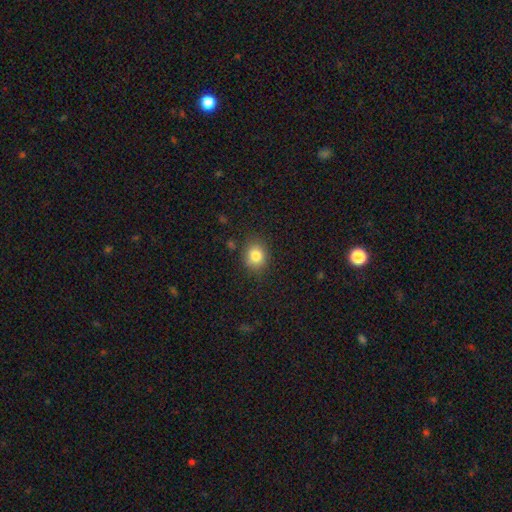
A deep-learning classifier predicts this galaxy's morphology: The model was most divided on "how rounded": round: 70%, in between: 29%, cigar-shaped: 1%. More confident: merging — none (83%); smooth or featured — smooth (83%).